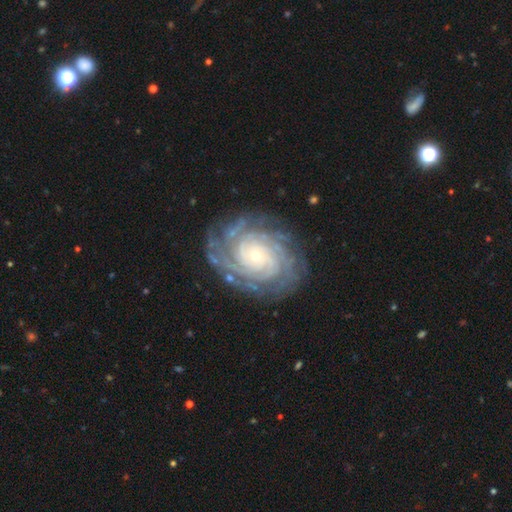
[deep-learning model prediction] smooth_or_featured: featured or disk (p=0.90) [alt: star or artifact p=0.06]
disk_edge_on: no (p=0.97) [alt: yes p=0.03]
bar: no (p=0.78) [alt: weak p=0.16]
has_spiral_arms: yes (p=0.98) [alt: no p=0.02]
spiral_winding: tight (p=0.82) [alt: medium p=0.15]
spiral_arm_count: more than 4 (p=0.27) [alt: 4 p=0.24]
bulge_size: small (p=0.74) [alt: moderate p=0.22]
merging: none (p=0.80) [alt: minor disturbance p=0.14]